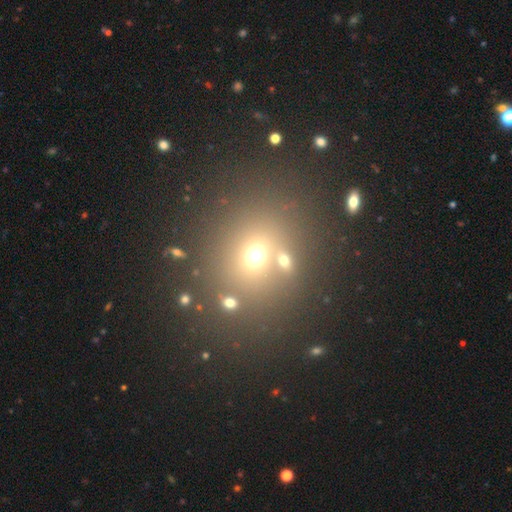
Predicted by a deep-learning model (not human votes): smooth 59%, star or artifact 29%, featured or disk 12%. Down the decision tree: how rounded — round (69%); merging — none (75%).